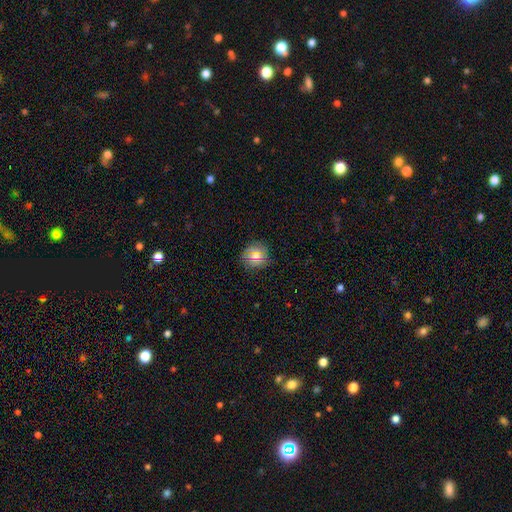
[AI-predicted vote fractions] Morphology: type=smooth (70%); roundness=round (89%); merging=none (85%).